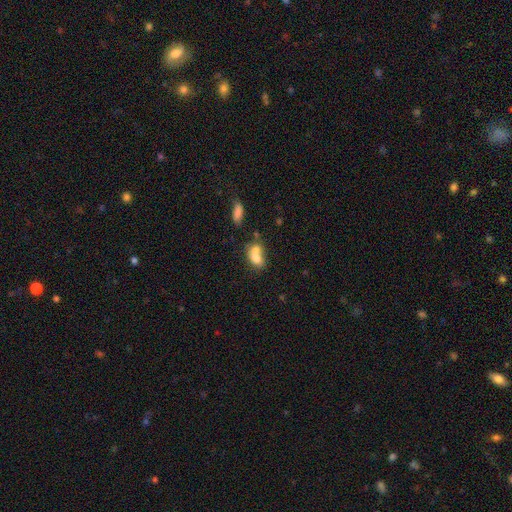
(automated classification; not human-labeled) This appears to be a smooth galaxy with no disk features (71%) that is in between round and cigar-shaped (70%). Merging: merger (63%).